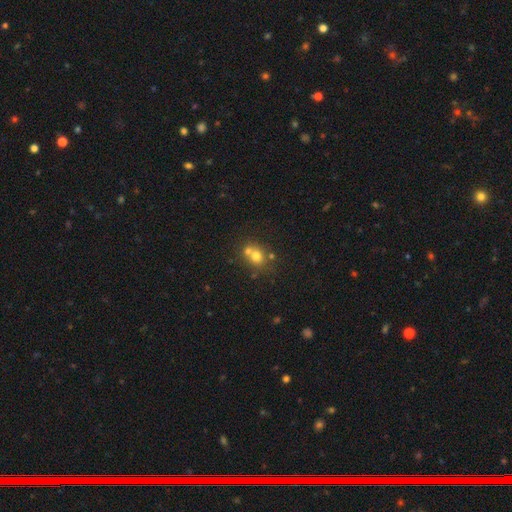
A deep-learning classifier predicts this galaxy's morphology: Overall: smooth (68%). How rounded: round (74%). Merging: merger (45%; none 43%).